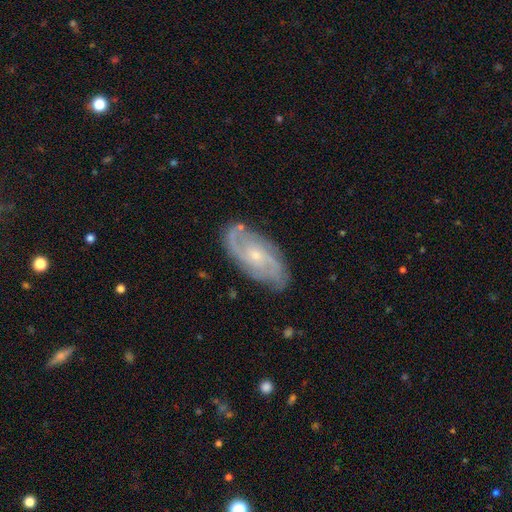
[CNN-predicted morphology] This is clearly a featured or disk galaxy (85%). It is clearly not viewed edge-on (95%). Bar: likely no (67%). Spiral arm pattern: clearly yes (96%). Spiral arm count: possibly 2 (45%). Spiral winding: marginally medium (44%). Central bulge: likely small (76%). Merging: likely none (79%).